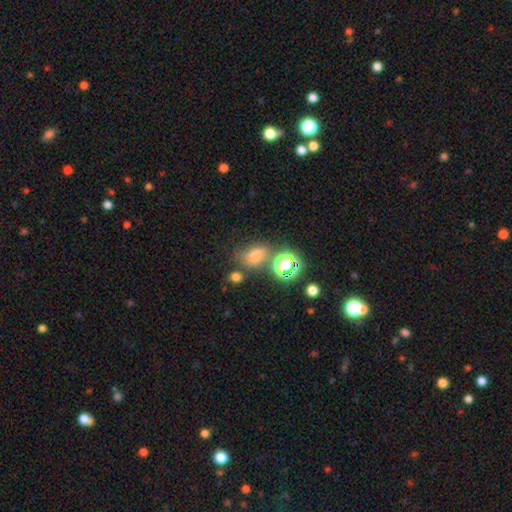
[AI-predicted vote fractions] Overall: smooth (59%; star or artifact 27%). How rounded: in between (64%; round 34%). Merging: none (46%; minor disturbance 21%).